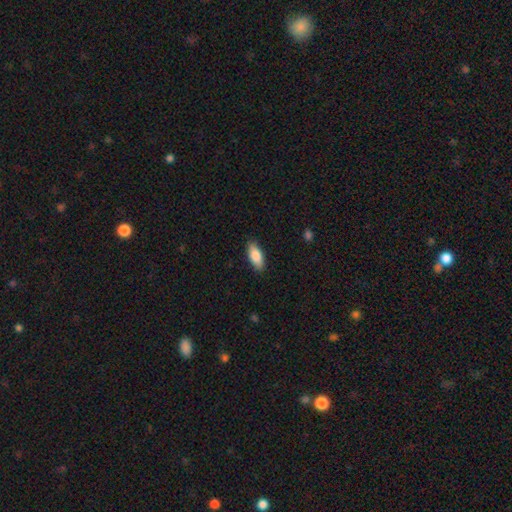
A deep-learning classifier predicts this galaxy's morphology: This appears to be a smooth galaxy with no disk features (85%) that is in between round and cigar-shaped (84%). Merging: none (88%).